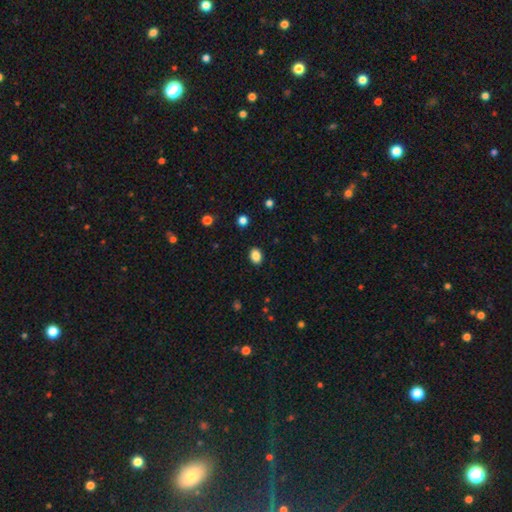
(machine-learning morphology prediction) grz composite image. It shows a smooth galaxy with no disk features (86%) that is in between round and cigar-shaped (67%). Merging: none (89%).